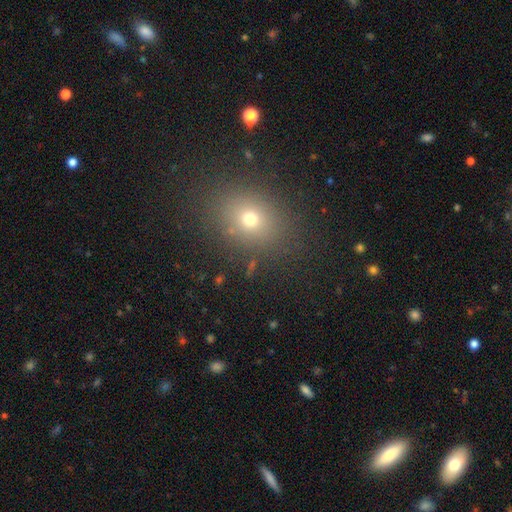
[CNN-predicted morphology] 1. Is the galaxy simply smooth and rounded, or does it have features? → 64% smooth, 27% star or artifact, 10% featured or disk.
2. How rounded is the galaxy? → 50% round, 49% in between, 2% cigar-shaped.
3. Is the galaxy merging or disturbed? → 88% none, 7% minor disturbance, 3% major disturbance, 2% merger.